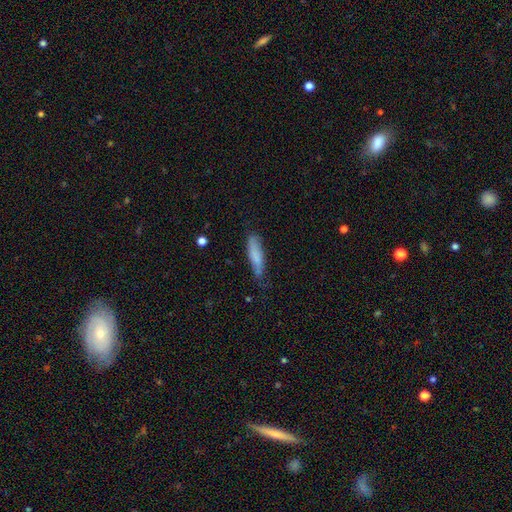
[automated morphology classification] The model was most divided on "merging": none: 59%, minor disturbance: 31%, major disturbance: 7%, merger: 2%. More confident: smooth or featured — smooth (77%); how rounded — cigar-shaped (72%).